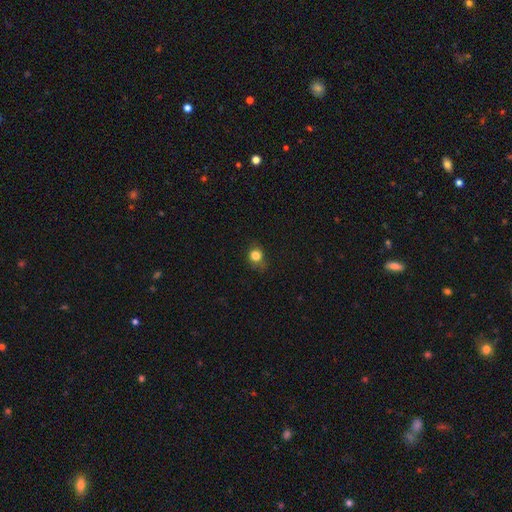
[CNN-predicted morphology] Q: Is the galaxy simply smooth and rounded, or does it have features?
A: smooth — 81%.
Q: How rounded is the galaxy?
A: round — 75%.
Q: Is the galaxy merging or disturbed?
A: none — 72%.